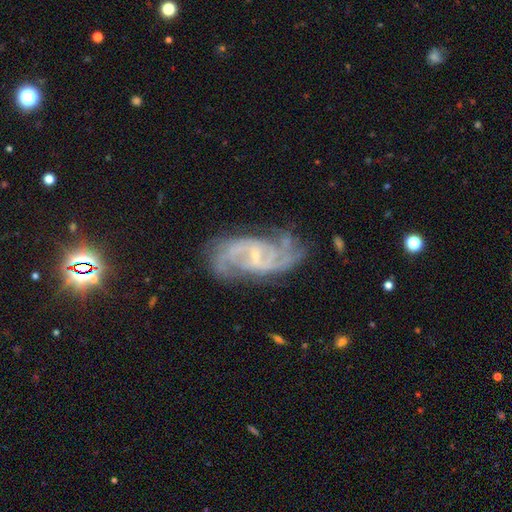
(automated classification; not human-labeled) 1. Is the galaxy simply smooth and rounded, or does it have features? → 89% featured or disk, 6% star or artifact, 5% smooth.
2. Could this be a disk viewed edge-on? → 96% no, 4% yes.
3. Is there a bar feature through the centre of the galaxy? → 53% weak, 29% no, 18% strong.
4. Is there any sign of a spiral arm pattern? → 97% yes, 3% no.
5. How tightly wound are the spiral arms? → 49% medium, 34% tight, 16% loose.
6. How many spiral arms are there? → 55% 2, 15% can't tell, 14% 3, 6% 4, 5% more than 4, 5% 1.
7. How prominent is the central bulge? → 74% small, 19% moderate, 4% none, 1% large, 1% dominant.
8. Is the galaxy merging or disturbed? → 70% none, 19% minor disturbance, 8% major disturbance, 2% merger.